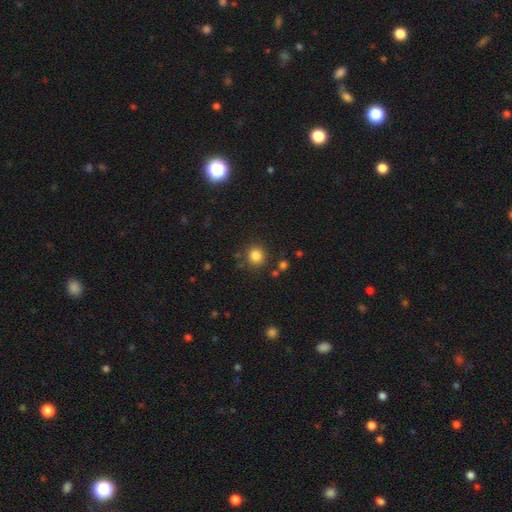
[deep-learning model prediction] Smooth or featured?
  - smooth: 84% *
  - star or artifact: 12%
  - featured or disk: 5%
How rounded?
  - round: 90% *
  - in between: 9%
  - cigar-shaped: 1%
Merging?
  - none: 85% *
  - minor disturbance: 8%
  - merger: 4%
  - major disturbance: 3%